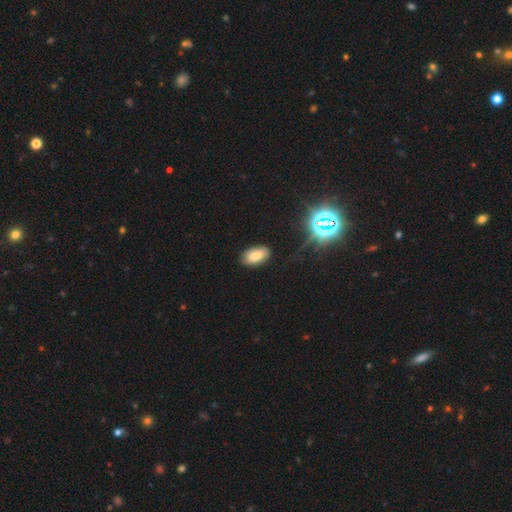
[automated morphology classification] The model was most divided on "smooth or featured": smooth: 81%, star or artifact: 12%, featured or disk: 7%. More confident: how rounded — in between (94%); merging — none (84%).